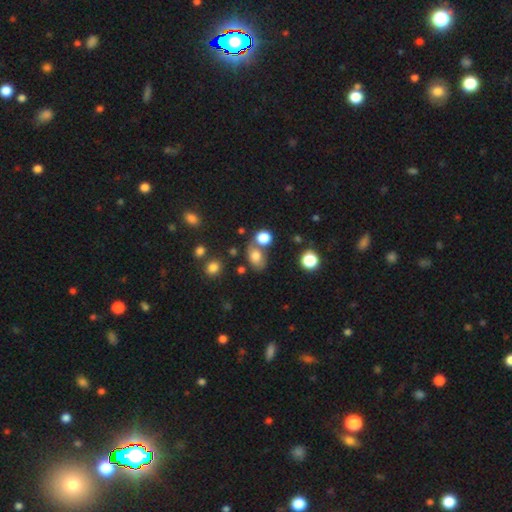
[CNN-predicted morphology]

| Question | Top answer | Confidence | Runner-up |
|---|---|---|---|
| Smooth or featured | smooth | 72% | featured or disk (15%) |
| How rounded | in between | 74% | round (24%) |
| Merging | none | 54% | merger (22%) |